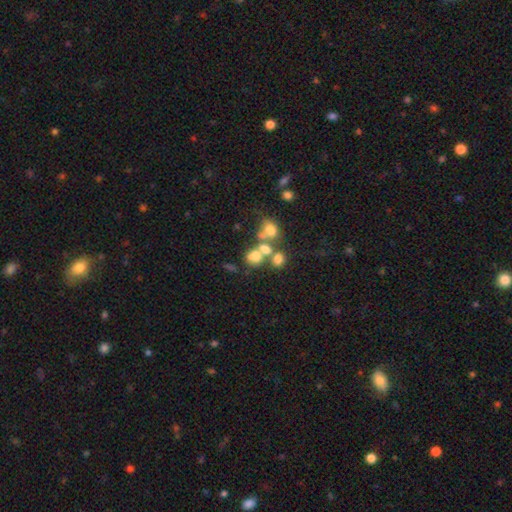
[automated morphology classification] A smooth galaxy with no disk features (61%) that is round (55%). Merging: merger (50%).